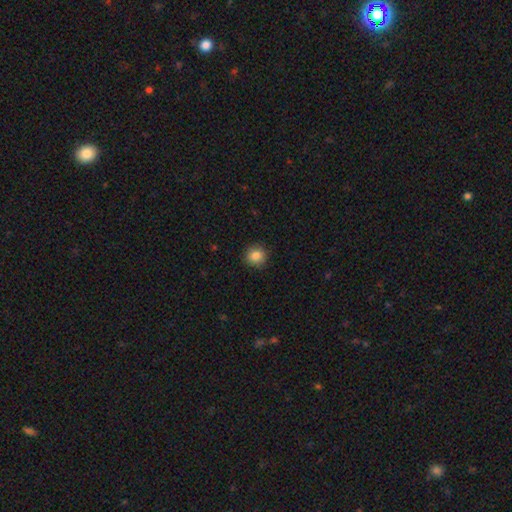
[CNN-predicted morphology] Q: Smooth or featured?
A: smooth (85%); runner-up: star or artifact (10%)
Q: How rounded?
A: round (92%); runner-up: in between (7%)
Q: Merging?
A: none (90%); runner-up: minor disturbance (7%)